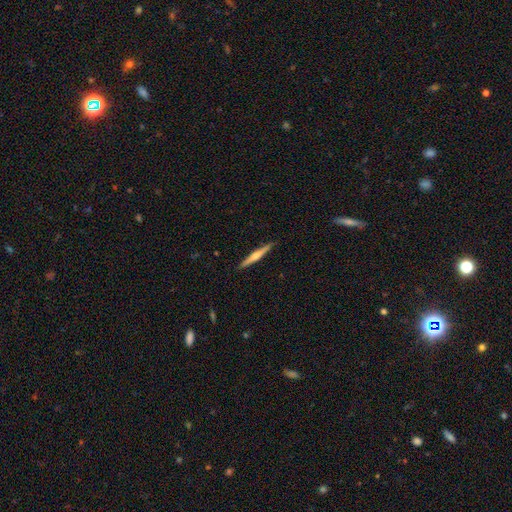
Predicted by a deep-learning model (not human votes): Smooth or featured: featured or disk — 58% (smooth — 37%)
Edge-on disk: yes — 98% (no — 2%)
Edge-on bulge: rounded — 68% (none — 19%)
Merging: none — 91% (minor disturbance — 7%)